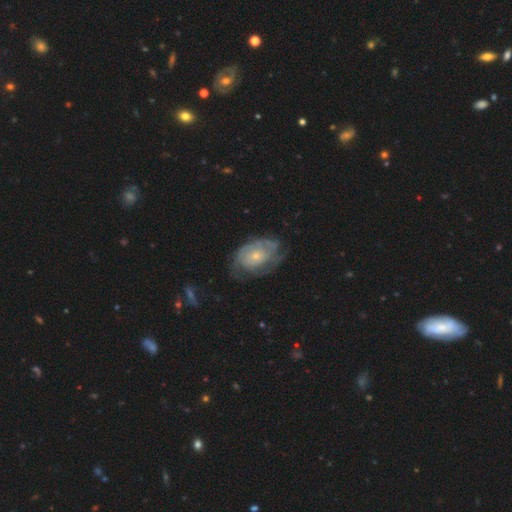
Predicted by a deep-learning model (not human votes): This is likely a featured or disk galaxy (74%). It is clearly not viewed edge-on (96%). Bar: clearly no (80%). Spiral arm pattern: clearly yes (83%). Spiral arm count: possibly can't tell (49%). Spiral winding: likely tight (61%). Central bulge: likely small (65%). Merging: possibly none (58%).